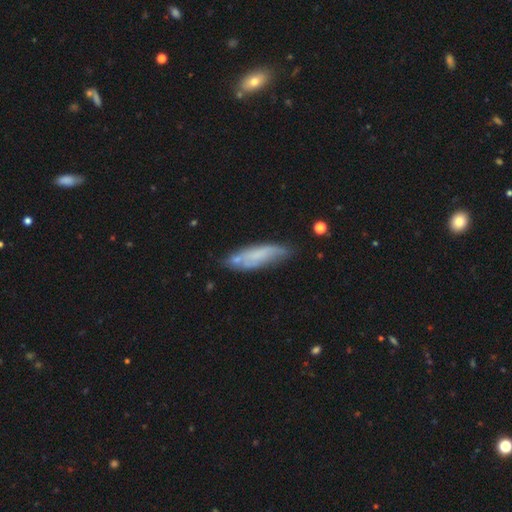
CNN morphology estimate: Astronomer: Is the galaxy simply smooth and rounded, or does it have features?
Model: smooth — 54% (runner-up: featured or disk, 37%).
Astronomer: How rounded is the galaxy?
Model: cigar-shaped — 61% (runner-up: in between, 38%).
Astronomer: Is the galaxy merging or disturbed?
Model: none — 63%.